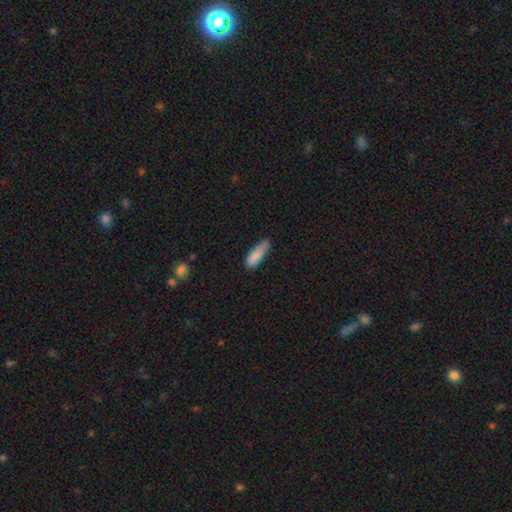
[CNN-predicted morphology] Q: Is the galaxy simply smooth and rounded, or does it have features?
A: smooth — 85%.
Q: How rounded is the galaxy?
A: cigar-shaped — 54%.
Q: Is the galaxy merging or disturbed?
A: none — 56%.